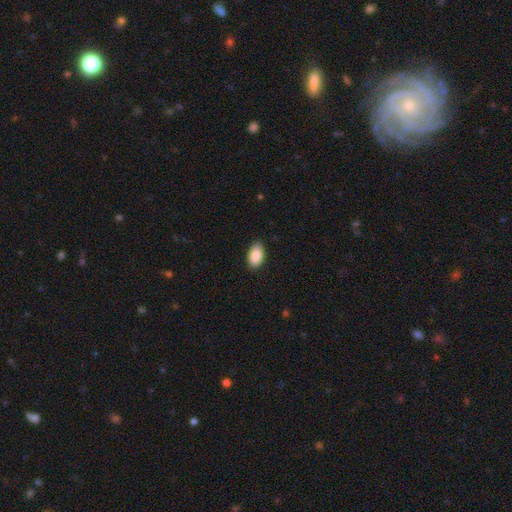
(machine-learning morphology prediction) A smooth galaxy with no disk features (88%) that is in between round and cigar-shaped (93%).

Vote fractions:
- Smooth or featured? smooth: 88% / star or artifact: 7% / featured or disk: 5%
- How rounded? in between: 93% / round: 5% / cigar-shaped: 2%
- Merging? none: 85% / minor disturbance: 12% / major disturbance: 2% / merger: 1%